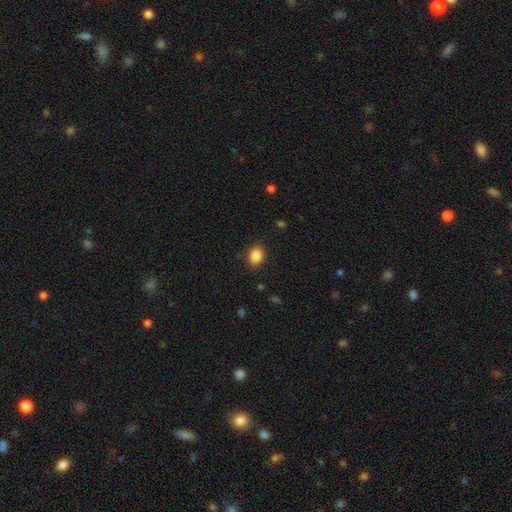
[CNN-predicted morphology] smooth_or_featured: smooth (p=0.87) [alt: star or artifact p=0.09]
how_rounded: in between (p=0.64) [alt: round p=0.35]
merging: none (p=0.88) [alt: minor disturbance p=0.09]